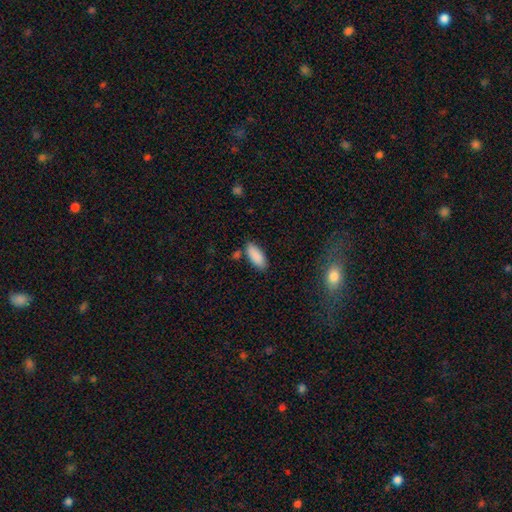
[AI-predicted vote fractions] Smooth or featured? Predicted: smooth (p=0.89). How rounded? Predicted: in between (p=0.84). Merging? Predicted: none (p=0.78).